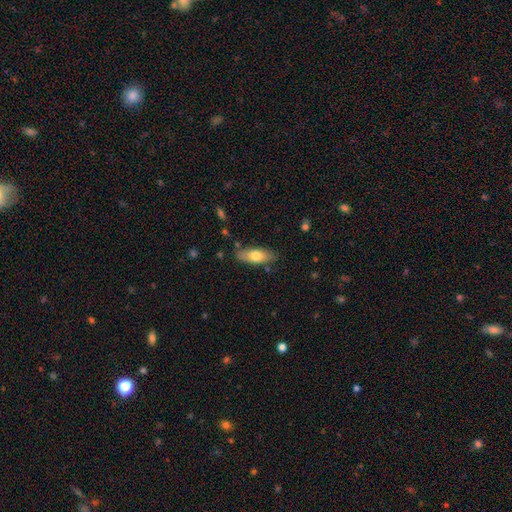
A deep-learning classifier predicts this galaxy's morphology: The model was most divided on "how rounded": in between: 71%, cigar-shaped: 26%, round: 2%. More confident: merging — none (80%); smooth or featured — smooth (71%).